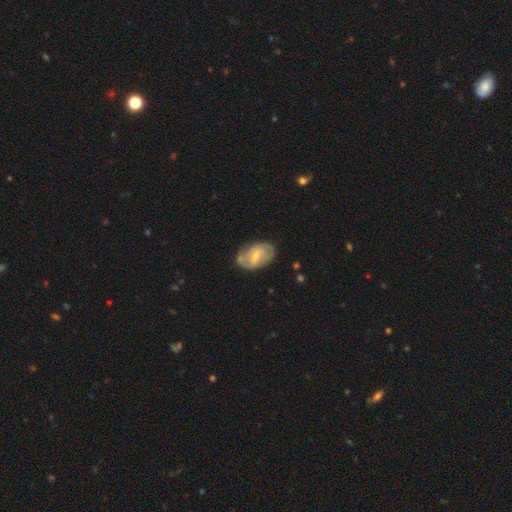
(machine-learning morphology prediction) Q: Smooth or featured?
A: featured or disk (63%); runner-up: smooth (31%)
Q: Edge-on disk?
A: no (96%); runner-up: yes (4%)
Q: Bar?
A: weak (57%); runner-up: no (22%)
Q: Spiral arms?
A: yes (75%); runner-up: no (25%)
Q: Bulge size?
A: small (50%); runner-up: moderate (40%)
Q: Merging?
A: none (61%); runner-up: minor disturbance (26%)